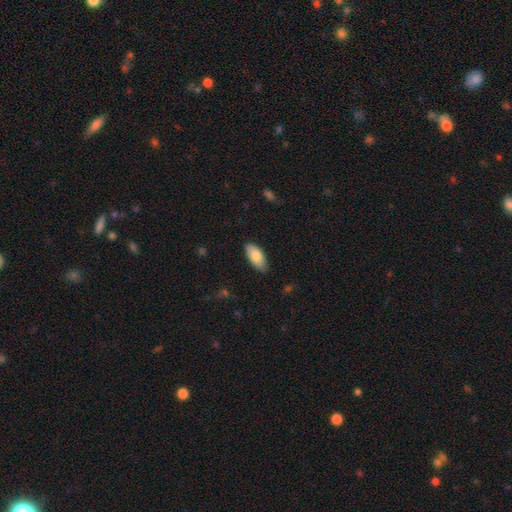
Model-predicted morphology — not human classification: Smooth or featured?
  - smooth: 82% *
  - featured or disk: 12%
  - star or artifact: 6%
How rounded?
  - in between: 90% *
  - cigar-shaped: 8%
  - round: 2%
Merging?
  - none: 83% *
  - minor disturbance: 14%
  - major disturbance: 2%
  - merger: 1%